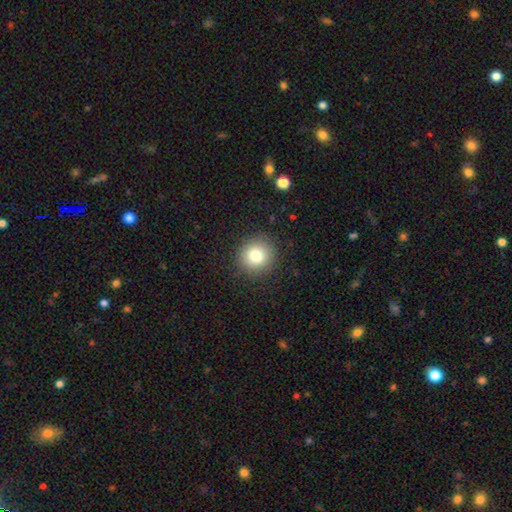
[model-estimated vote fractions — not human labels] smooth-or-featured: smooth: 80% | star or artifact: 11% | featured or disk: 9%
  how-rounded: round: 92% | in between: 7% | cigar-shaped: 1%
  merging: none: 90% | minor disturbance: 7% | major disturbance: 3% | merger: 1%